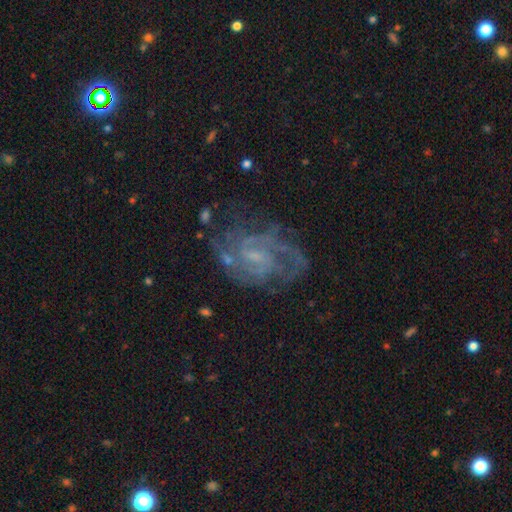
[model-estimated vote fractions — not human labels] Smooth or featured? featured or disk (82%)
Edge-on disk? no (98%)
Bar? weak (51%)
Spiral arms? yes (92%)
Spiral winding? medium (48%)
Spiral arm count? 2 (36%)
Bulge size? small (57%)
Merging? none (65%)